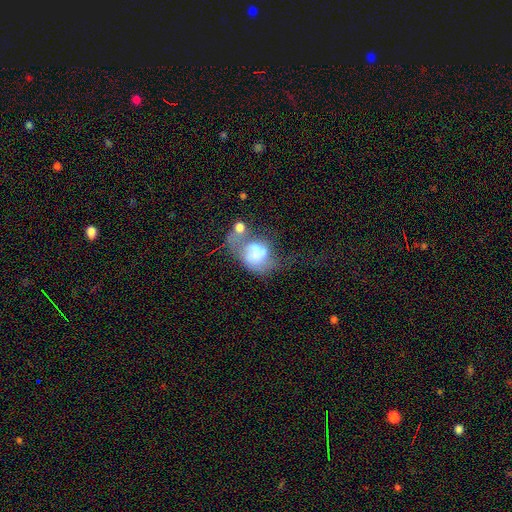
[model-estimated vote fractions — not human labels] smooth-or-featured: smooth: 54% | featured or disk: 36% | star or artifact: 10%
  how-rounded: in between: 59% | round: 39% | cigar-shaped: 1%
  merging: major disturbance: 37% (tied) | merger: 37% (tied) | minor disturbance: 13% | none: 13%